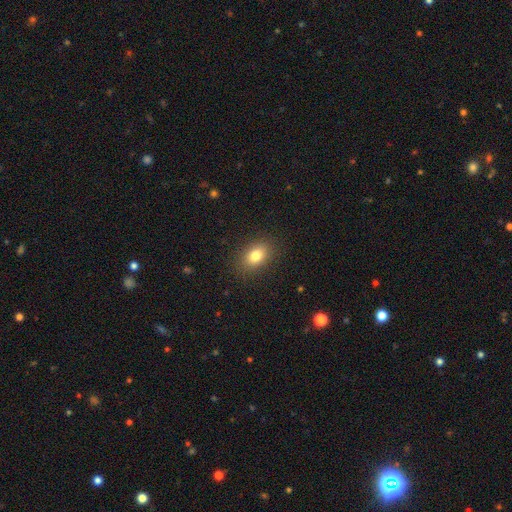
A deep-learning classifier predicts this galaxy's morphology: Smooth or featured? smooth (81%)
How rounded? in between (82%)
Merging? none (87%)